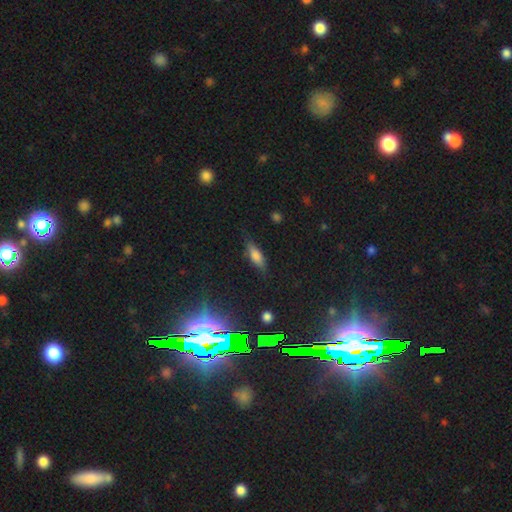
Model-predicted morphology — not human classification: The model was most divided on "how rounded": in between: 57%, cigar-shaped: 40%, round: 3%. More confident: merging — none (77%); smooth or featured — smooth (68%).